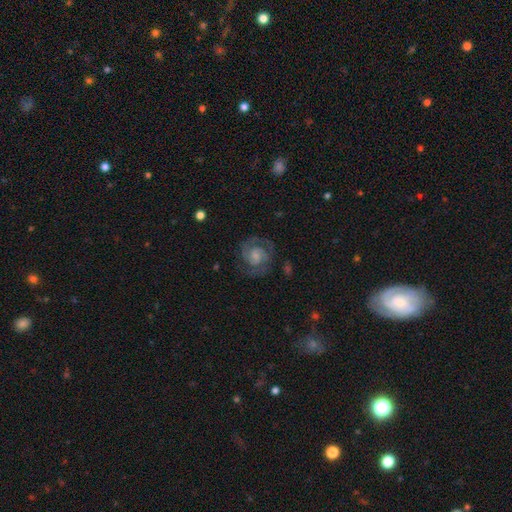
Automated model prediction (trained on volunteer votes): Overall: featured or disk (79%). Edge-on disk: no (98%). Bar: no (58%; weak 35%). Spiral arms: yes (95%). Spiral arm count: 2 (81%). Spiral winding: tight (48%; medium 43%). Bulge size: small (41%; moderate 31%). Merging: none (77%).